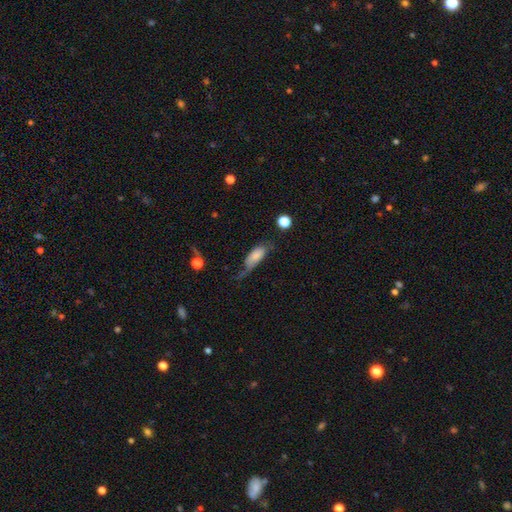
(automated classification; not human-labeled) This is likely a smooth galaxy (72%). How rounded: clearly in between (83%). Merging: marginally major disturbance (37%).